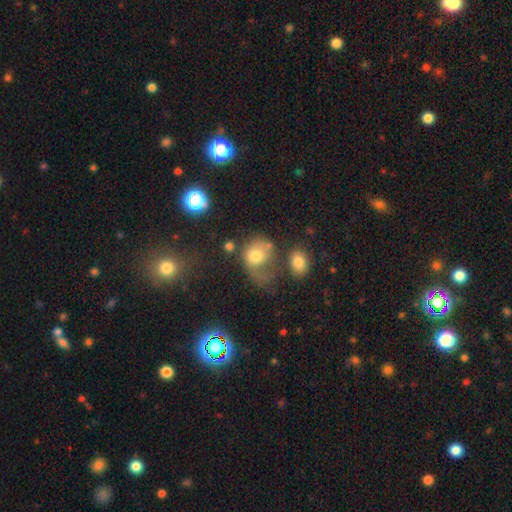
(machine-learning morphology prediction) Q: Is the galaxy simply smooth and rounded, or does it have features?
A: smooth — 63%.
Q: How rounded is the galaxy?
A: round — 55%.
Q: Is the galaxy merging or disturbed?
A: major disturbance — 46%.